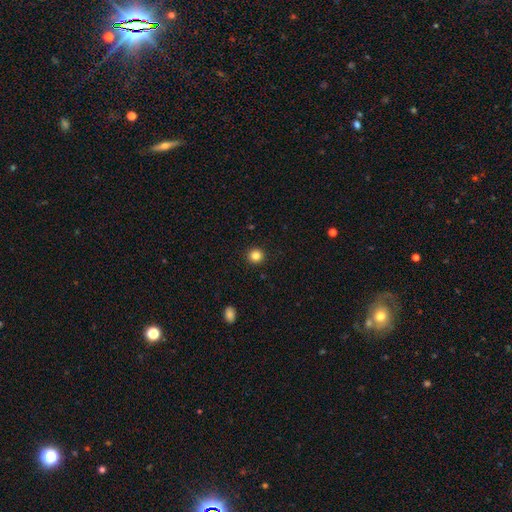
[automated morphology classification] This appears to be a smooth galaxy with no disk features (84%) that is round (92%). Merging: none (93%).